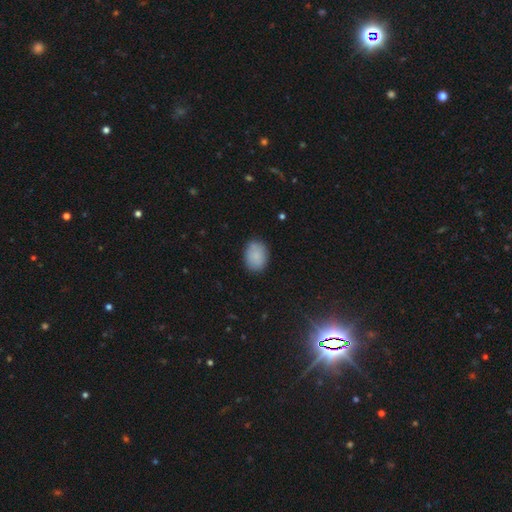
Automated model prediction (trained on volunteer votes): A smooth galaxy with no disk features (85%) that is in between round and cigar-shaped (66%).

Vote fractions:
- Smooth or featured? smooth: 85% / star or artifact: 8% / featured or disk: 7%
- How rounded? in between: 66% / round: 33% / cigar-shaped: 1%
- Merging? none: 83% / minor disturbance: 12% / major disturbance: 3% / merger: 1%